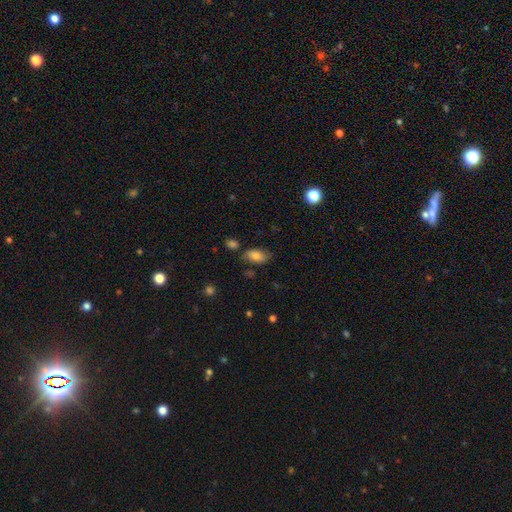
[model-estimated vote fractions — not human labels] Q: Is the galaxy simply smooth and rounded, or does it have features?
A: smooth — 76%.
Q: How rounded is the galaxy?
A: in between — 90%.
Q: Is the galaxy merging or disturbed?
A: none — 65%.